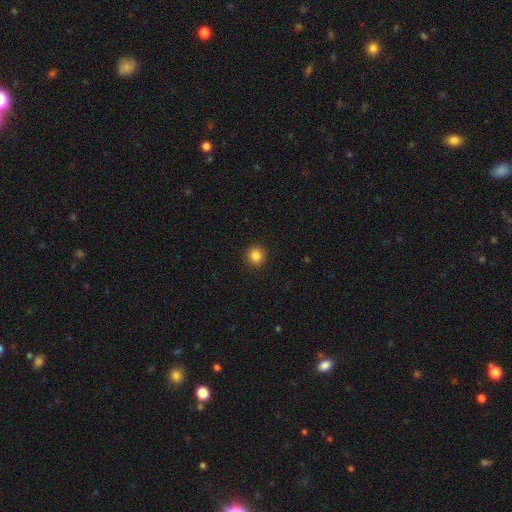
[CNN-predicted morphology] Overall: smooth (85%). How rounded: round (94%). Merging: none (93%).